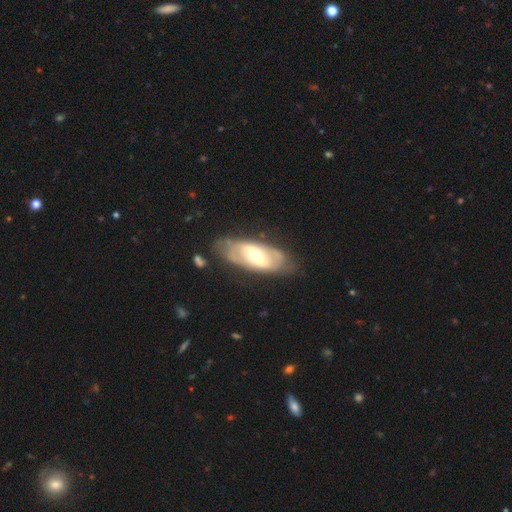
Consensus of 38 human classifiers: Smooth or featured: featured or disk — 79% (smooth — 18%)
Edge-on disk: no — 90% (yes — 10%)
Bar: strong — 63% (weak — 26%)
Spiral arms: yes — 70% (no — 30%)
Spiral winding: tight — 63% (loose — 26%)
Spiral arm count: 2 — 63% (can't tell — 26%)
Bulge size: moderate — 59% (small — 33%)
Merging: none — 84% (minor disturbance — 8%)